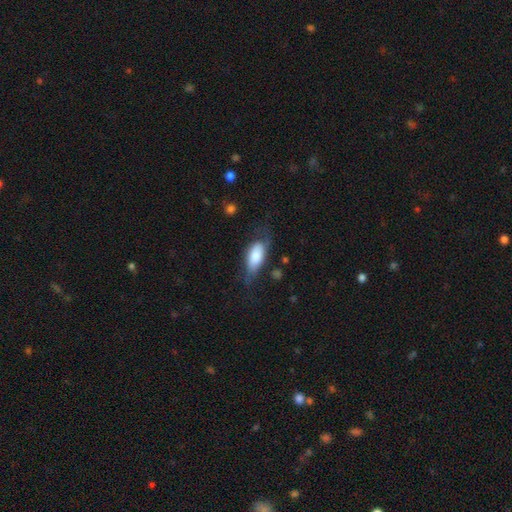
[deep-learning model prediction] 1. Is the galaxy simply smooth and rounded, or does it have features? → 70% smooth, 24% featured or disk, 6% star or artifact.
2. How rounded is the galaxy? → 83% in between, 14% cigar-shaped, 3% round.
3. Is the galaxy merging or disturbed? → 50% none, 30% minor disturbance, 17% major disturbance, 2% merger.